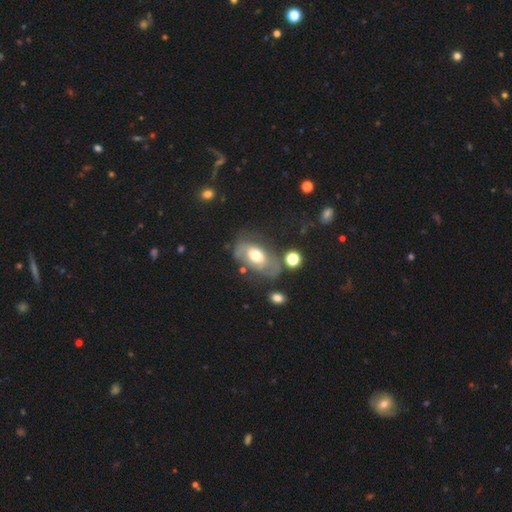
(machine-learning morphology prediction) smooth_or_featured: featured or disk (p=0.54) [alt: smooth p=0.38]
disk_edge_on: no (p=0.92) [alt: yes p=0.08]
merging: none (p=0.43) [alt: minor disturbance p=0.26]